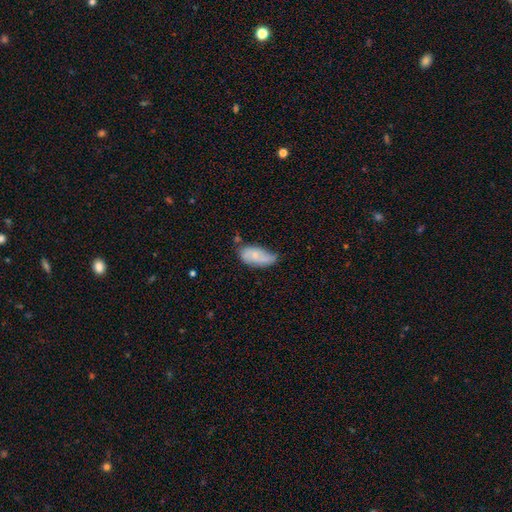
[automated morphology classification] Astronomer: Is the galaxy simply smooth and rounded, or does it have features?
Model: smooth — 58% (runner-up: featured or disk, 34%).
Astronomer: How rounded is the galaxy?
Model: in between — 90%.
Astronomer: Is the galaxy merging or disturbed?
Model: none — 43% (runner-up: minor disturbance, 40%).